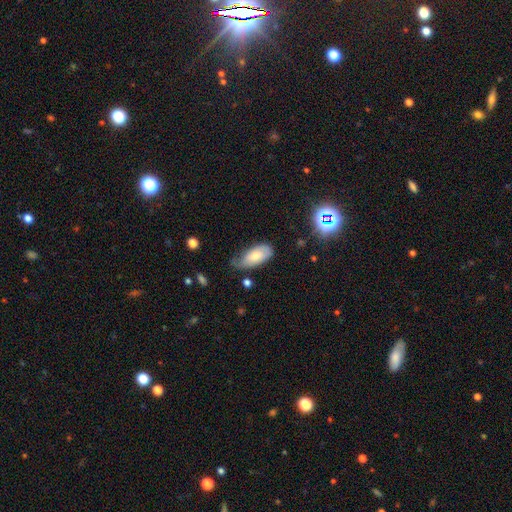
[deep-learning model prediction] This is likely a smooth galaxy (65%). How rounded: clearly in between (90%). Merging: possibly none (47%).